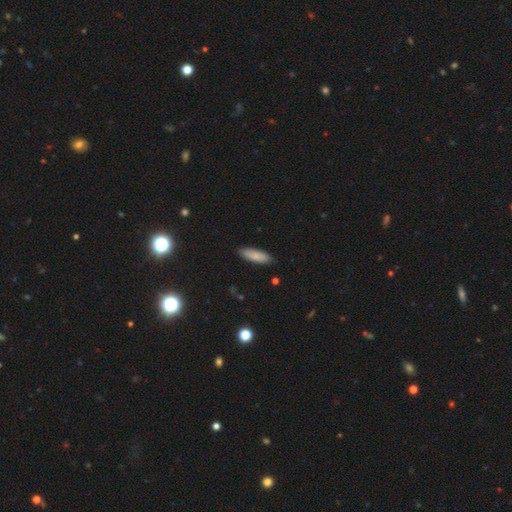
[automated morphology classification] A smooth galaxy with no disk features (86%) that is in between round and cigar-shaped (53%). Merging: none (88%).